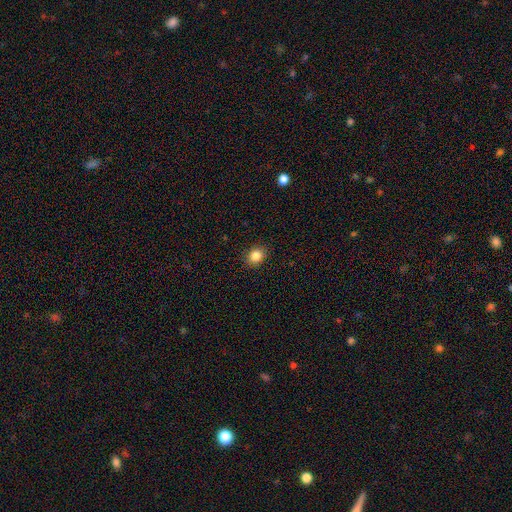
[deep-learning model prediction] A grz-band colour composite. It shows a smooth galaxy with no disk features (85%) that is round (62%). Merging: none (90%).